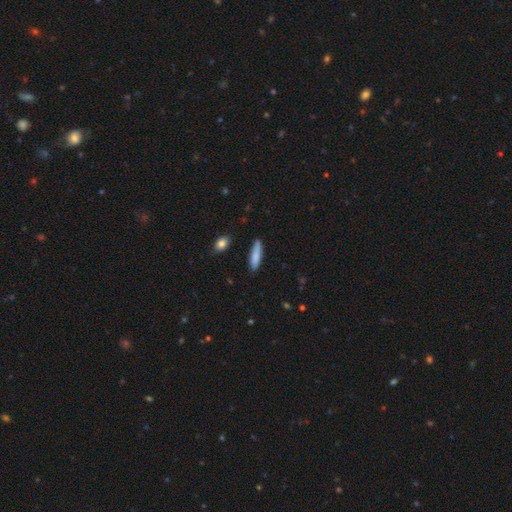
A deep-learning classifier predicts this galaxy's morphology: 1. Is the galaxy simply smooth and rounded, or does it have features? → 81% smooth, 12% featured or disk, 6% star or artifact.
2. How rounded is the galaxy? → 79% cigar-shaped, 20% in between, 2% round.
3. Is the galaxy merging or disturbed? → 84% none, 12% minor disturbance, 2% major disturbance, 2% merger.